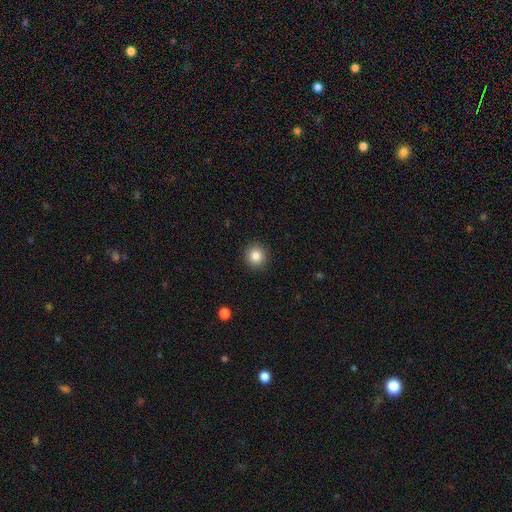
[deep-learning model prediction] This appears to be a smooth galaxy with no disk features (84%) that is round (93%). Merging: none (91%).